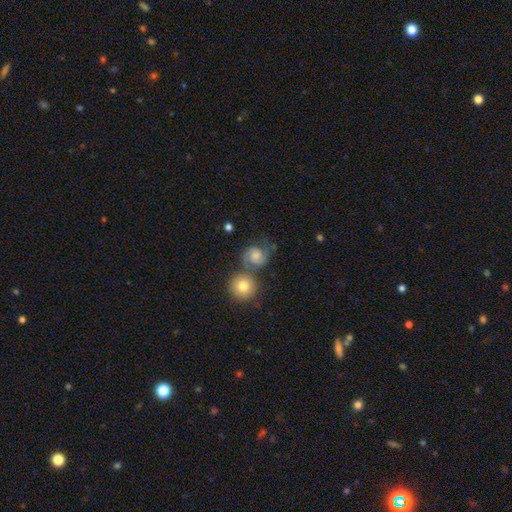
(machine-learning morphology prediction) smooth-or-featured: featured or disk: 57% | smooth: 33% | star or artifact: 9%
  disk-edge-on: no: 98% | yes: 2%
    bar: no: 65% | weak: 29% | strong: 5%
    has-spiral-arms: yes: 91% | no: 9%
      spiral-winding: medium: 52% | tight: 25% | loose: 22%
      spiral-arm-count: 2: 87% | can't tell: 6% | 1: 3% | 3: 2% | 4: 1% | more than 4: 1%
    bulge-size: moderate: 41% | small: 28% | none: 15% | large: 13% | dominant: 3%
  merging: none: 50% | merger: 22% | minor disturbance: 17% | major disturbance: 11%